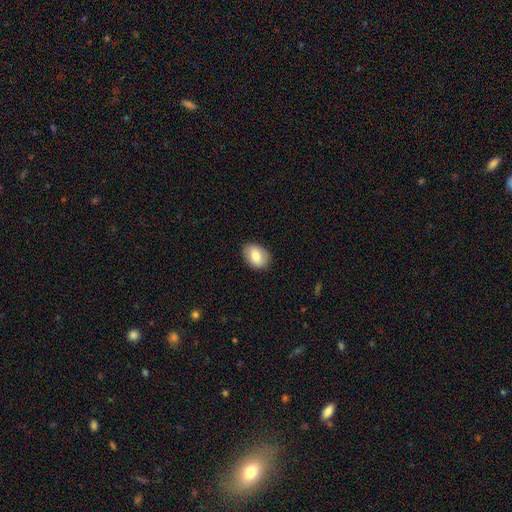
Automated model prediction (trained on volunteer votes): Q: Smooth or featured?
A: smooth (79%); runner-up: featured or disk (14%)
Q: How rounded?
A: in between (81%); runner-up: round (18%)
Q: Merging?
A: none (87%); runner-up: minor disturbance (10%)